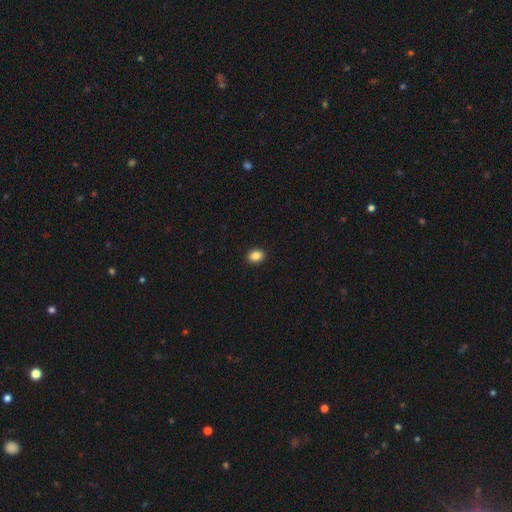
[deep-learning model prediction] This is clearly a smooth galaxy (86%). How rounded: possibly in between (59%). Merging: clearly none (92%).